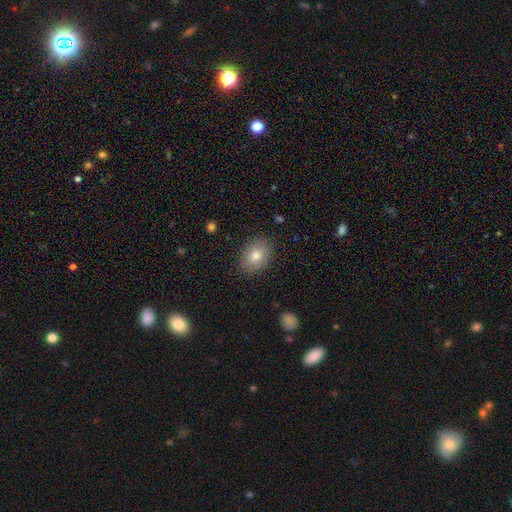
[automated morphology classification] Smooth or featured? smooth (79%)
How rounded? in between (69%)
Merging? none (87%)